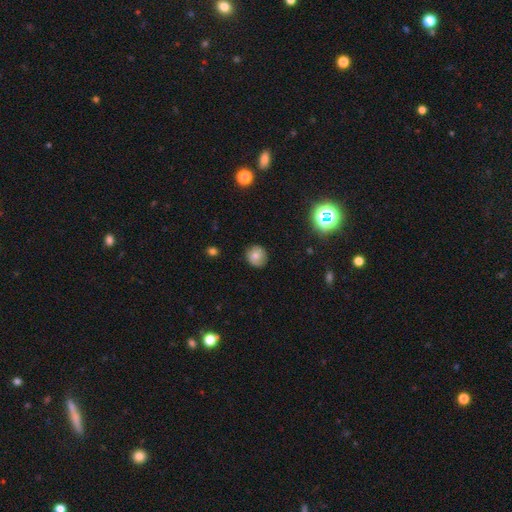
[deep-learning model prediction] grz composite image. It shows a smooth galaxy with no disk features (68%) that is round (88%). Merging: none (84%).